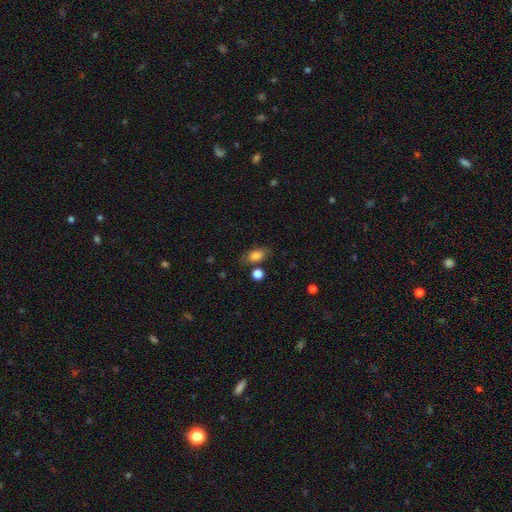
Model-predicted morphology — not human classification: This is likely a smooth galaxy (78%). How rounded: clearly in between (81%). Merging: likely none (68%).